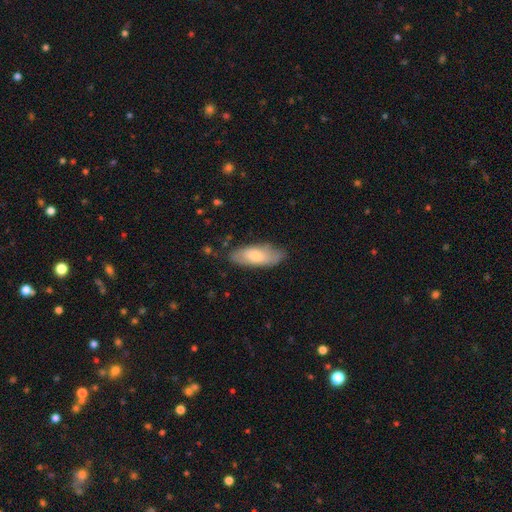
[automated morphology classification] A smooth galaxy with no disk features (70%) that is in between round and cigar-shaped (79%).

Vote fractions:
- Smooth or featured? smooth: 70% / featured or disk: 24% / star or artifact: 6%
- How rounded? in between: 79% / cigar-shaped: 19% / round: 2%
- Merging? none: 75% / minor disturbance: 20% / major disturbance: 4% / merger: 1%